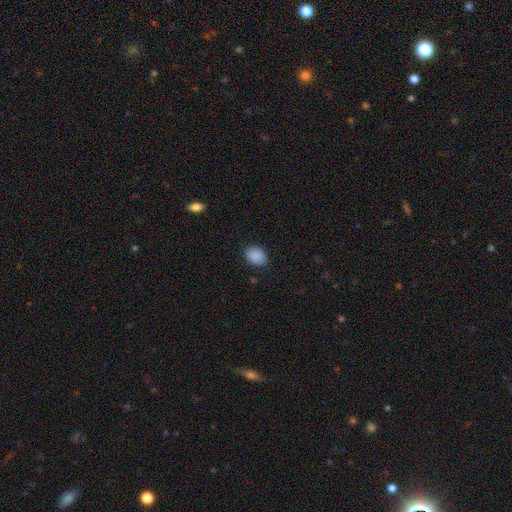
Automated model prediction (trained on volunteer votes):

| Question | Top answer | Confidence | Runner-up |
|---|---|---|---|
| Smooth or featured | smooth | 89% | star or artifact (8%) |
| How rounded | in between | 63% | round (36%) |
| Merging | none | 86% | minor disturbance (10%) |